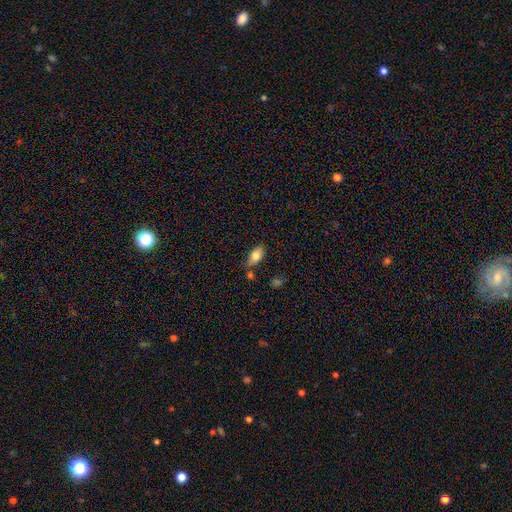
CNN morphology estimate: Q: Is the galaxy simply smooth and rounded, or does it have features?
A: smooth — 80%.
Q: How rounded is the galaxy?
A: in between — 90%.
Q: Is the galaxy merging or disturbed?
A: none — 68%.